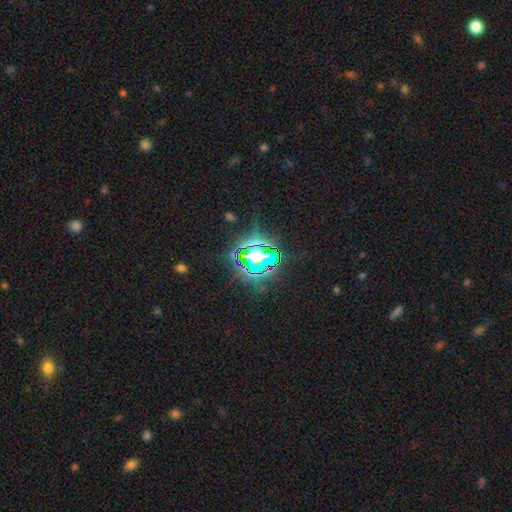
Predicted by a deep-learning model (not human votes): Morphology: type=star or artifact (75%).